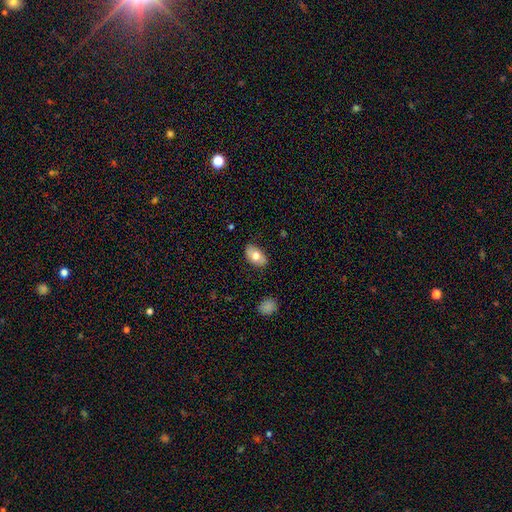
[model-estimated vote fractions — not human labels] Smooth or featured: smooth — 70% (featured or disk — 23%)
How rounded: in between — 91% (round — 7%)
Merging: none — 80% (minor disturbance — 16%)